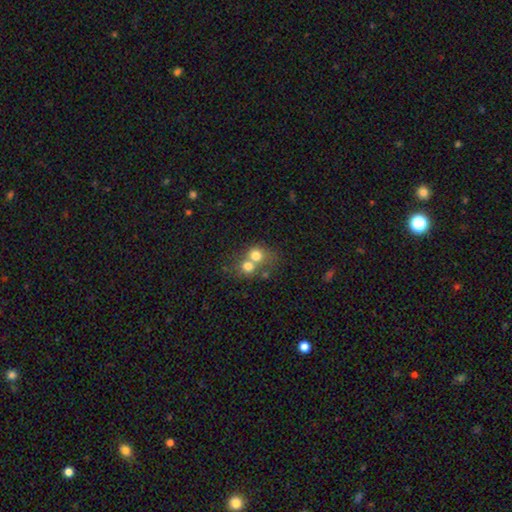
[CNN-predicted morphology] type=smooth (72%); roundness=round (76%); merging=merger (63%).